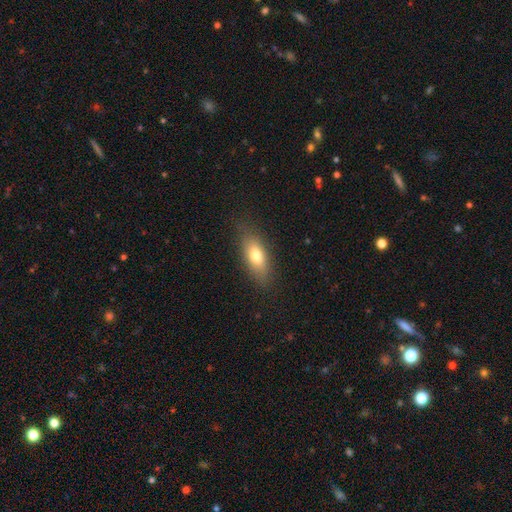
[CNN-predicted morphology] Smooth or featured? Predicted: smooth (p=0.74). How rounded? Predicted: in between (p=0.75). Merging? Predicted: none (p=0.82).